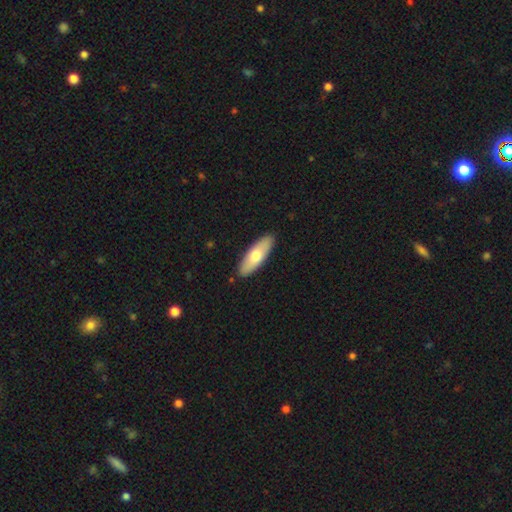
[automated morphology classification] Smooth or featured? Predicted: smooth (p=0.67). How rounded? Predicted: in between (p=0.57). Merging? Predicted: none (p=0.89).